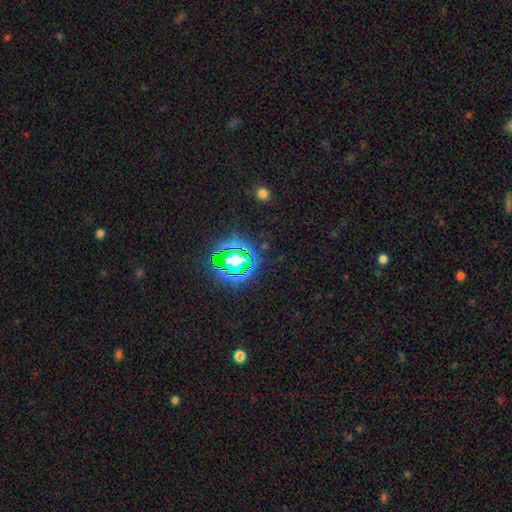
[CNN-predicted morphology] The model was most divided on "smooth or featured": star or artifact: 81%, smooth: 12%, featured or disk: 6%.